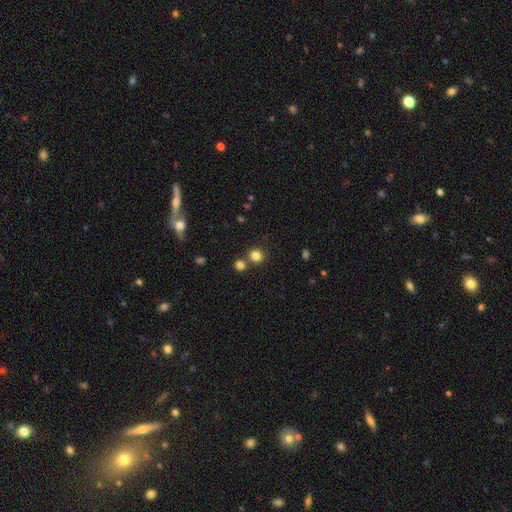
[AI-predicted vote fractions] Smooth or featured: smooth — 81% (star or artifact — 14%)
How rounded: round — 92% (in between — 7%)
Merging: none — 72% (merger — 19%)